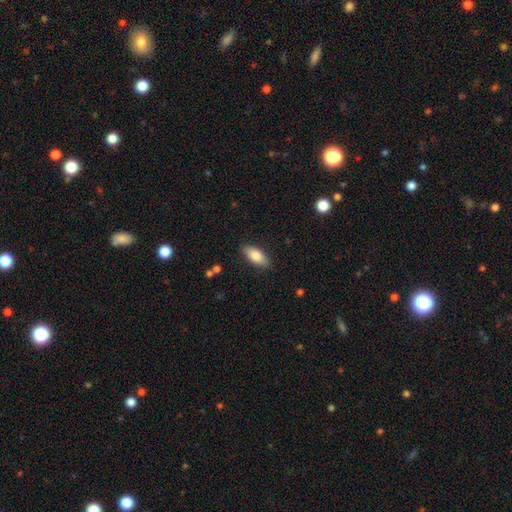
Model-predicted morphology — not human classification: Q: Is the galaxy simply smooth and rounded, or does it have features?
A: smooth — 81%.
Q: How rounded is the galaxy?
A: in between — 85%.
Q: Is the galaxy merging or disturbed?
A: none — 87%.